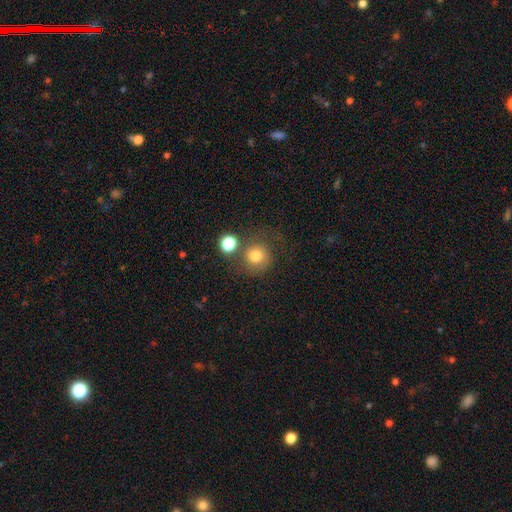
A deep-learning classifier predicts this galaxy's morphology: This appears to be a smooth galaxy with no disk features (75%) that is round (89%). Merging: none (61%).